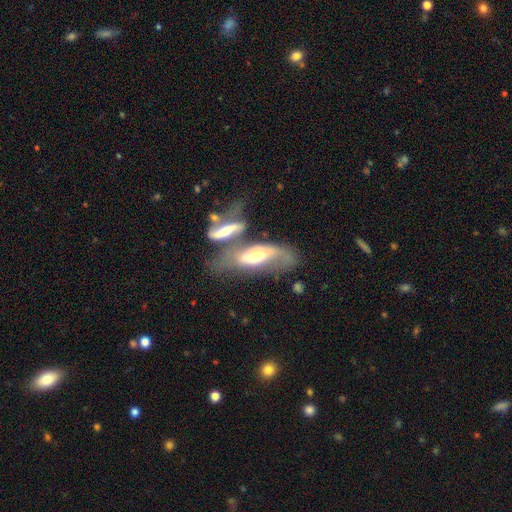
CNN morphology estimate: smooth_or_featured: featured or disk (p=0.60) [alt: smooth p=0.34]
disk_edge_on: no (p=0.74) [alt: yes p=0.26]
merging: merger (p=0.55) [alt: none p=0.19]